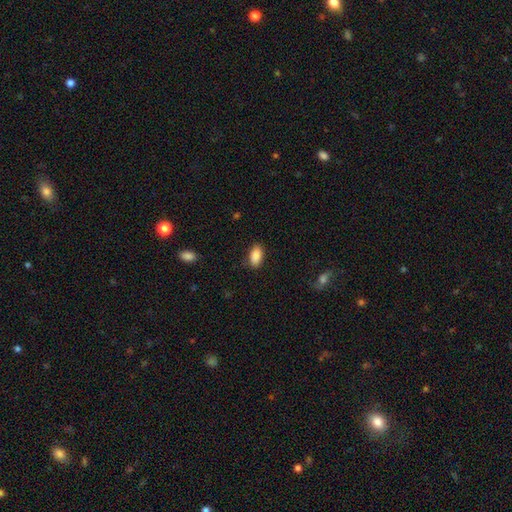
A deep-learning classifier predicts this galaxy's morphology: This is clearly a smooth galaxy (88%). How rounded: clearly in between (92%). Merging: clearly none (85%).